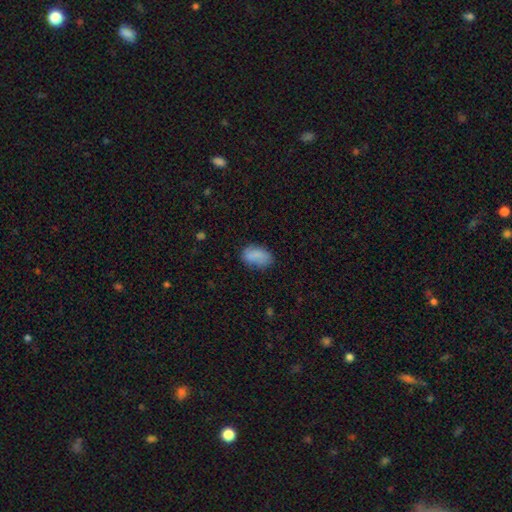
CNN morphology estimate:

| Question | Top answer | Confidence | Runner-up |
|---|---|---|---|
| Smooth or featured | smooth | 82% | featured or disk (10%) |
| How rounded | in between | 91% | round (7%) |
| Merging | none | 68% | minor disturbance (23%) |